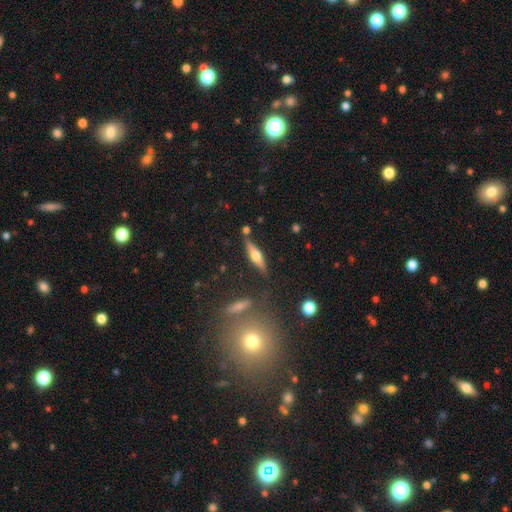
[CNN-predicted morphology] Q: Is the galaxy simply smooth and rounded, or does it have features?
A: featured or disk — 59%.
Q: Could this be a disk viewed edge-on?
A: yes — 93%.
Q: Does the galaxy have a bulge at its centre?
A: rounded — 93%.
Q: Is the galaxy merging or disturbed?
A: none — 79%.